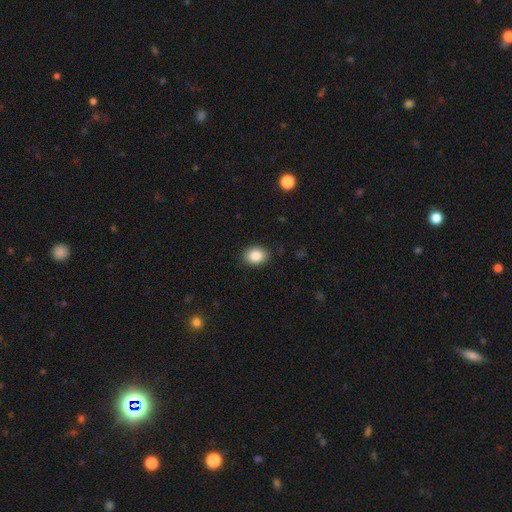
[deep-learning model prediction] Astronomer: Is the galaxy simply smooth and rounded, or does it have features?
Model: smooth — 87%.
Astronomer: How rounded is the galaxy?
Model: in between — 56% (runner-up: round, 43%).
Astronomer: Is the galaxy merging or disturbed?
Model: none — 88%.